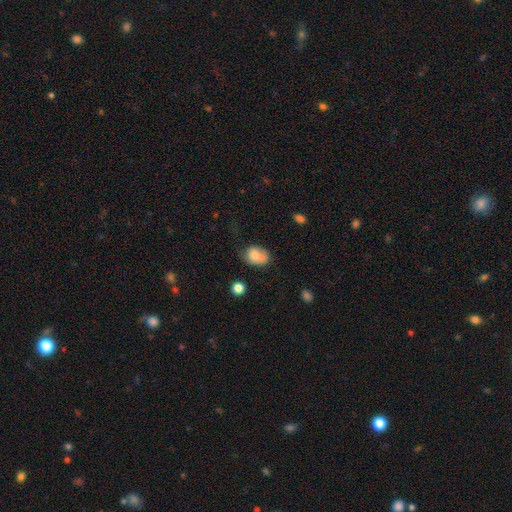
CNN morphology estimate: Smooth or featured?
  - smooth: 81% *
  - featured or disk: 11%
  - star or artifact: 9%
How rounded?
  - in between: 76% *
  - round: 23%
  - cigar-shaped: 1%
Merging?
  - none: 49% *
  - minor disturbance: 34%
  - major disturbance: 13%
  - merger: 4%